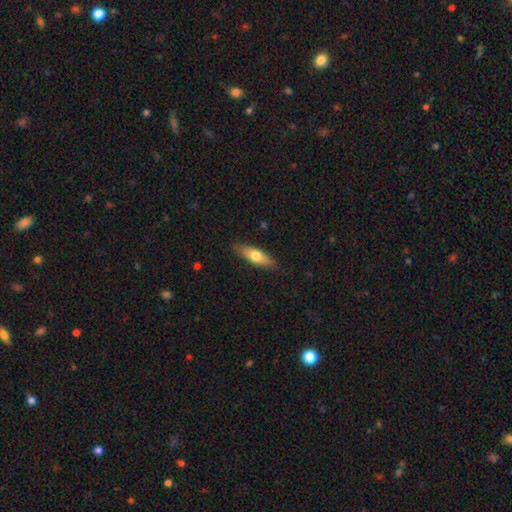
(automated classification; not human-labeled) Overall: smooth (65%; featured or disk 29%). How rounded: in between (56%; cigar-shaped 41%). Merging: none (85%).